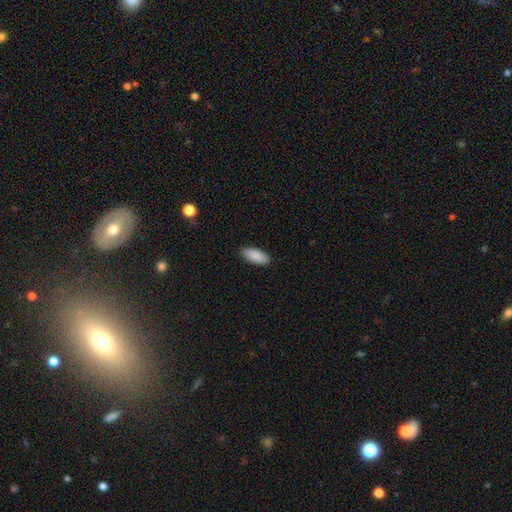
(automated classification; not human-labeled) Smooth or featured? smooth (90%)
How rounded? in between (86%)
Merging? none (88%)